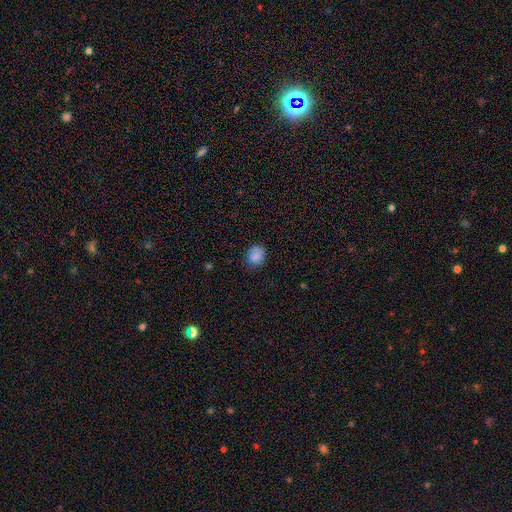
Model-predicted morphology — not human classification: The model was most divided on "how rounded": round: 59%, in between: 40%, cigar-shaped: 1%. More confident: smooth or featured — smooth (84%); merging — none (75%).